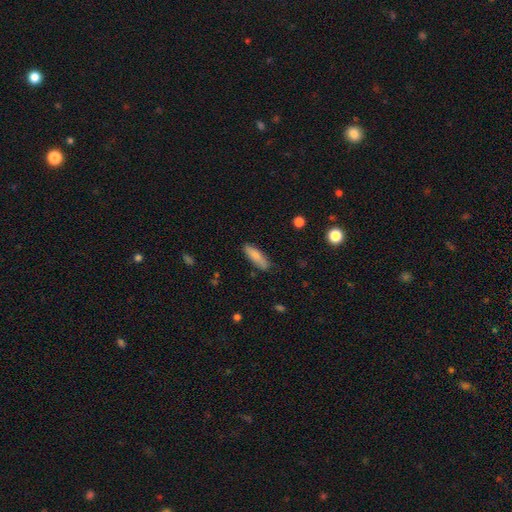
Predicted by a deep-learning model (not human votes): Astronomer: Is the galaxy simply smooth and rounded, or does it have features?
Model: smooth — 83%.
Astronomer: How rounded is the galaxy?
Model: cigar-shaped — 53% (runner-up: in between, 45%).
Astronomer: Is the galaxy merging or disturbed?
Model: none — 83%.